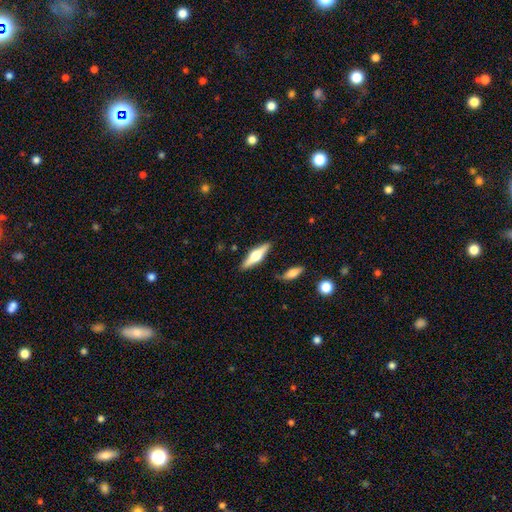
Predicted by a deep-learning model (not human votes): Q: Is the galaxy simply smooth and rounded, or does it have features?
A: featured or disk — 61%.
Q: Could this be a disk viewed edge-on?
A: yes — 96%.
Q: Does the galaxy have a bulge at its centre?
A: rounded — 94%.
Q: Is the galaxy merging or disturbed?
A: none — 87%.